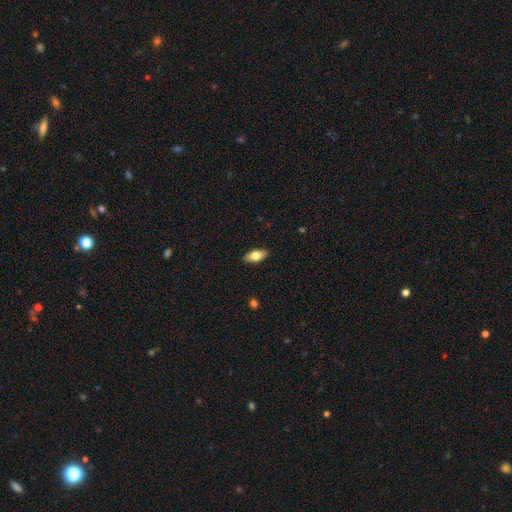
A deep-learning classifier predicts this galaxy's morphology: This is likely a smooth galaxy (76%). How rounded: clearly in between (87%). Merging: clearly none (89%).